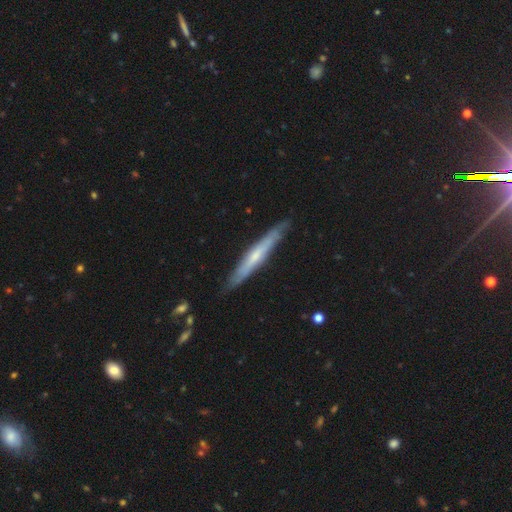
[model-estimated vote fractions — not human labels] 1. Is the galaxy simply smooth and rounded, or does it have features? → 56% featured or disk, 39% smooth, 5% star or artifact.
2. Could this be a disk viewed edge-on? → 88% yes, 12% no.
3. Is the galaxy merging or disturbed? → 85% none, 12% minor disturbance, 2% major disturbance, 1% merger.